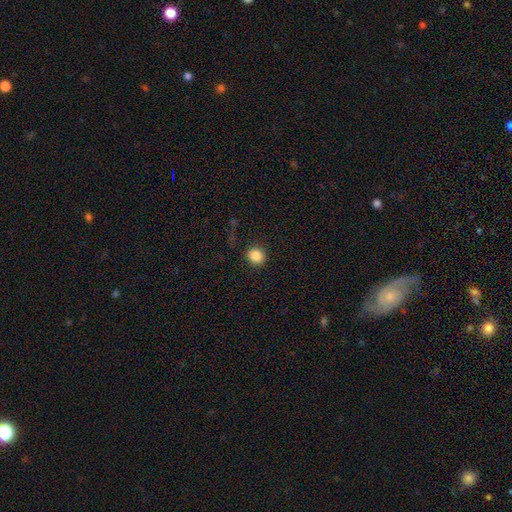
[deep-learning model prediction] Smooth or featured? smooth (86%)
How rounded? round (83%)
Merging? none (88%)